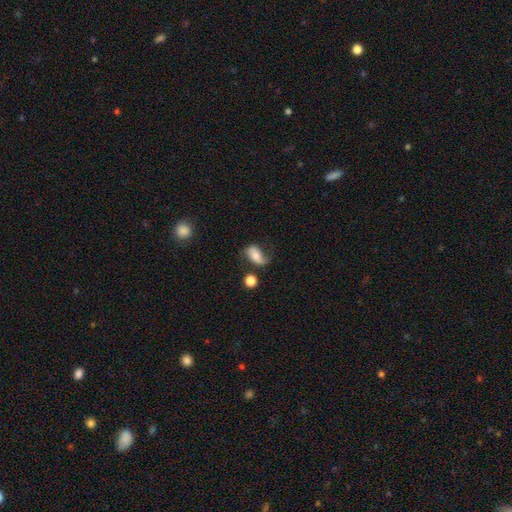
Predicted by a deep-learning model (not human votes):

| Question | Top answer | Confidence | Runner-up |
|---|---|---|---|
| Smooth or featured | smooth | 54% | featured or disk (37%) |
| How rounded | in between | 86% | round (10%) |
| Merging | none | 45% | minor disturbance (29%) |